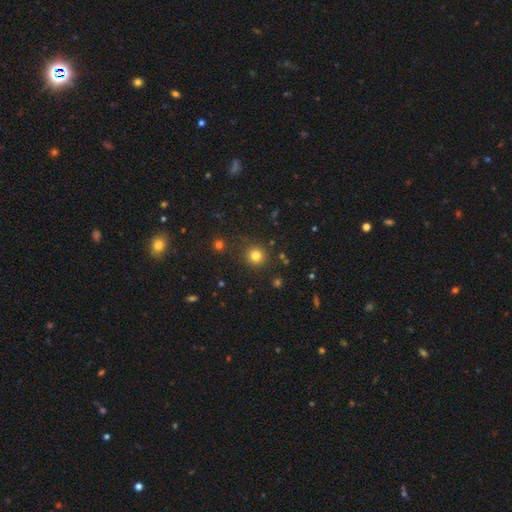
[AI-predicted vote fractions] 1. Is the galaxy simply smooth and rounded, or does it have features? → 80% smooth, 15% star or artifact, 6% featured or disk.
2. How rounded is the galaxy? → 94% round, 5% in between, 1% cigar-shaped.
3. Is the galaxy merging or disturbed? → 89% none, 6% minor disturbance, 2% major disturbance, 2% merger.